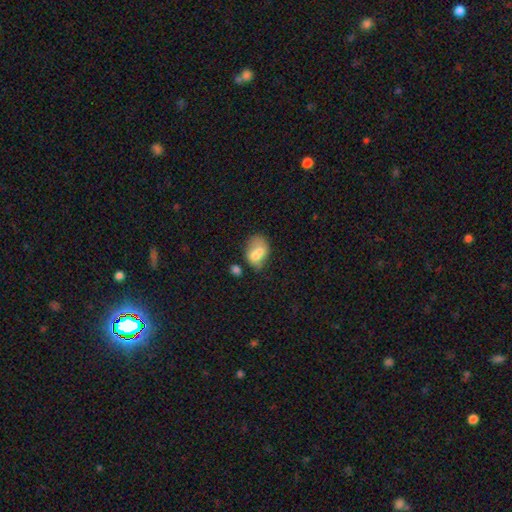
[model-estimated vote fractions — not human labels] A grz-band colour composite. It shows a smooth galaxy with no disk features (69%) that is in between round and cigar-shaped (76%). Merging: none (30%).